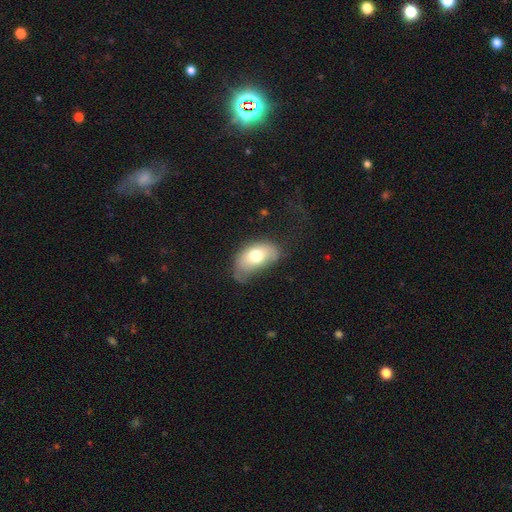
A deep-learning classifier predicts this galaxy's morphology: smooth-or-featured: smooth: 69% | featured or disk: 23% | star or artifact: 8%
  how-rounded: in between: 91% | round: 7% | cigar-shaped: 2%
  merging: minor disturbance: 38% (tied) | none: 38% (tied) | major disturbance: 21% | merger: 3%